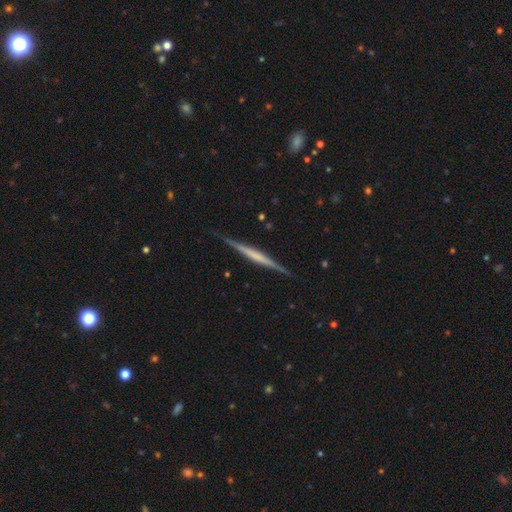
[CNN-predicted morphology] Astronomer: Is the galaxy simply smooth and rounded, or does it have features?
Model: featured or disk — 71%.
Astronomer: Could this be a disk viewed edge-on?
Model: yes — 98%.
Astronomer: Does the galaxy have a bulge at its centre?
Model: none — 58%.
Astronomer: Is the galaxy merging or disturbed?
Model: none — 90%.